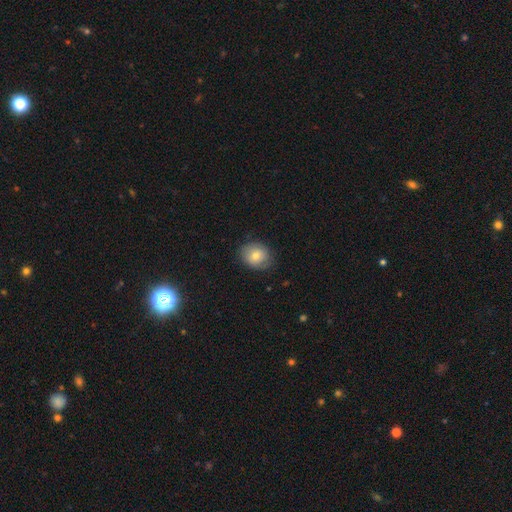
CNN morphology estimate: smooth_or_featured: smooth (p=0.73) [alt: featured or disk p=0.18]
how_rounded: round (p=0.60) [alt: in between p=0.39]
merging: none (p=0.79) [alt: minor disturbance p=0.17]